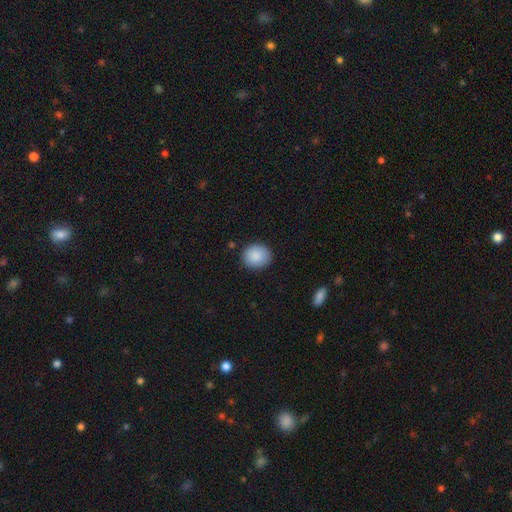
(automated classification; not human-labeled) Morphology: type=smooth (89%); roundness=round (74%); merging=none (88%).